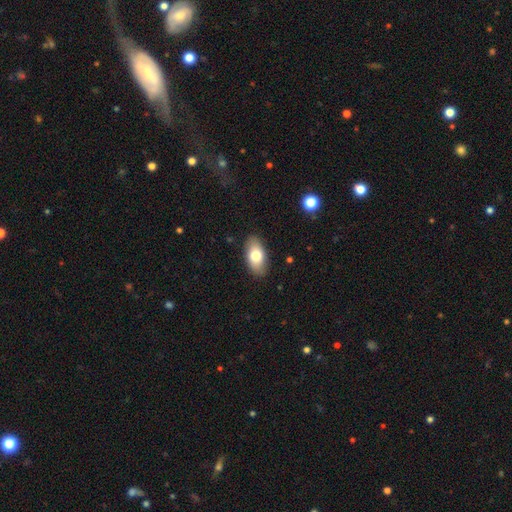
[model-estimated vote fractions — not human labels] Smooth or featured? Predicted: smooth (p=0.76). How rounded? Predicted: in between (p=0.93). Merging? Predicted: none (p=0.87).